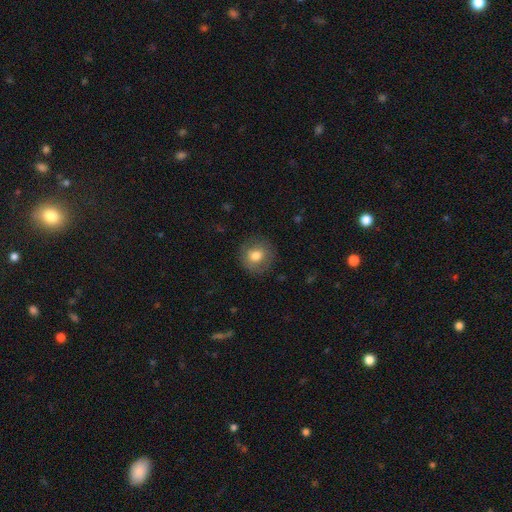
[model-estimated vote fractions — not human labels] Overall: smooth (75%). How rounded: round (89%). Merging: none (85%).